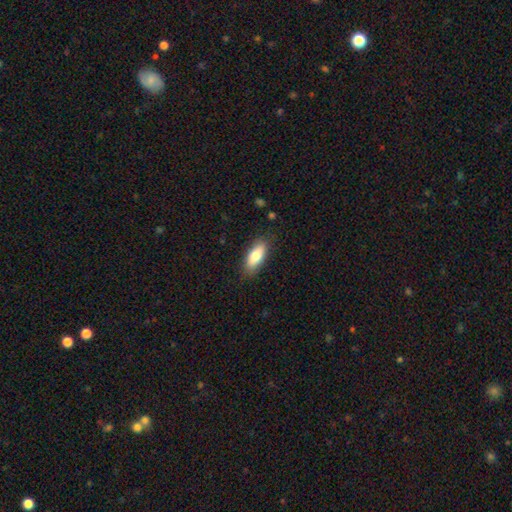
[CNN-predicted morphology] Smooth or featured? Predicted: smooth (p=0.79). How rounded? Predicted: in between (p=0.80). Merging? Predicted: none (p=0.84).